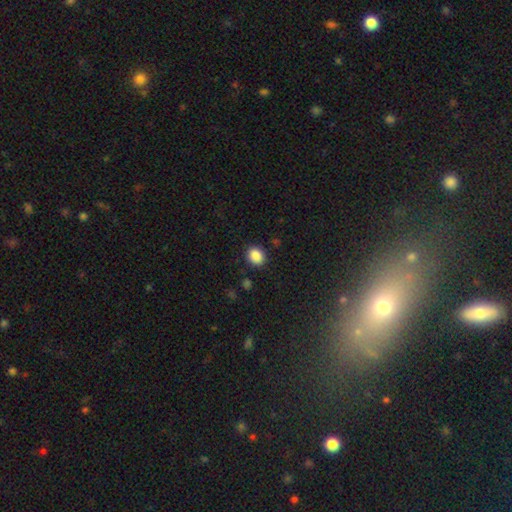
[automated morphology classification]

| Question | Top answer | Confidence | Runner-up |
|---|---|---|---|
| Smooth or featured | smooth | 88% | star or artifact (9%) |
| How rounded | round | 58% | in between (41%) |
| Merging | none | 88% | minor disturbance (8%) |